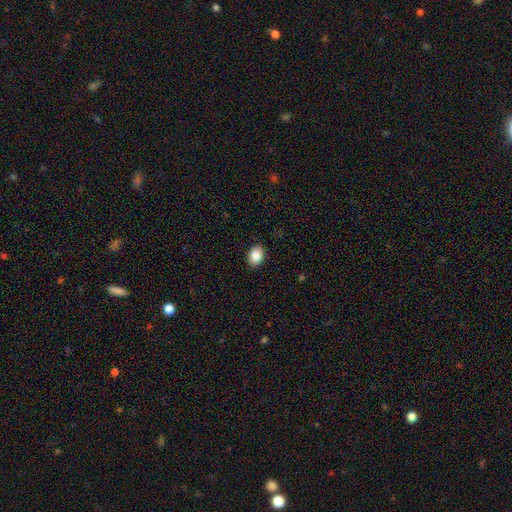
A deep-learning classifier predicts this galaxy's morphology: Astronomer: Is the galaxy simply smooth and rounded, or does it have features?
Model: smooth — 86%.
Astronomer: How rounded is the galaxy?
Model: in between — 73%.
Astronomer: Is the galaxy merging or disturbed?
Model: none — 89%.